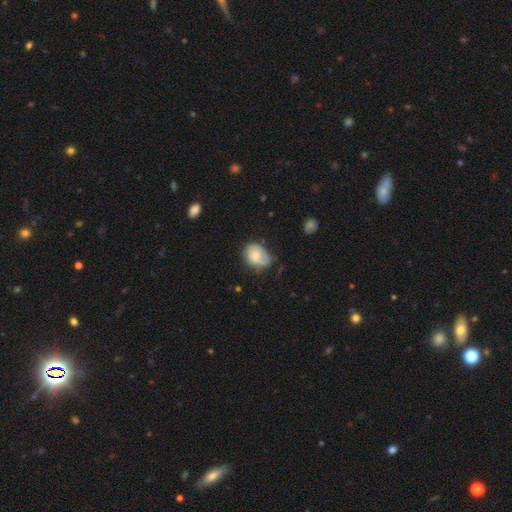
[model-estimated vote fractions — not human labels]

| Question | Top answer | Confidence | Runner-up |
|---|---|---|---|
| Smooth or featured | smooth | 70% | featured or disk (23%) |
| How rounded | in between | 65% | round (34%) |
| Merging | none | 42% | minor disturbance (39%) |